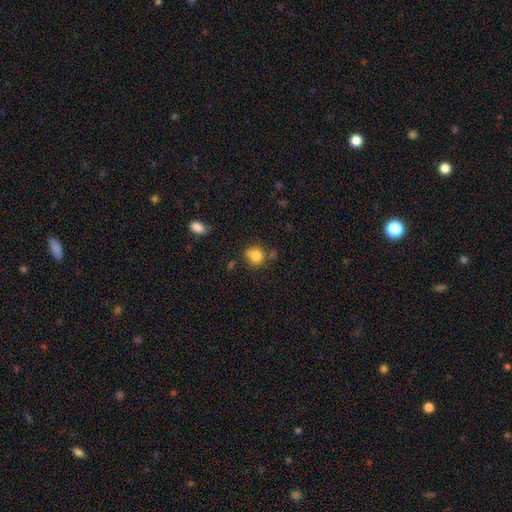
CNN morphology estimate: This appears to be a smooth galaxy with no disk features (82%) that is round (81%). Merging: none (62%).